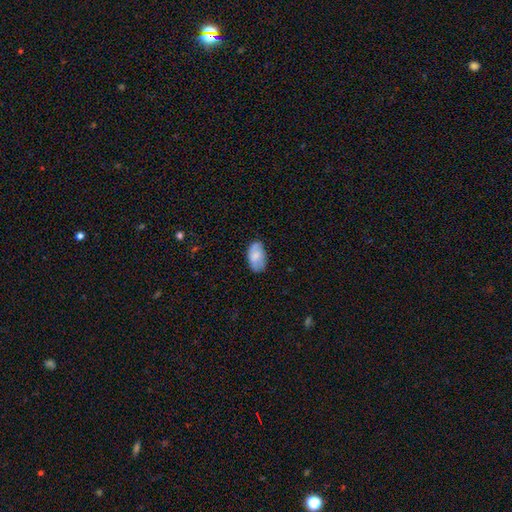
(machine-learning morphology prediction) smooth_or_featured: smooth (p=0.77) [alt: featured or disk p=0.17]
how_rounded: in between (p=0.94) [alt: round p=0.05]
merging: none (p=0.70) [alt: minor disturbance p=0.24]